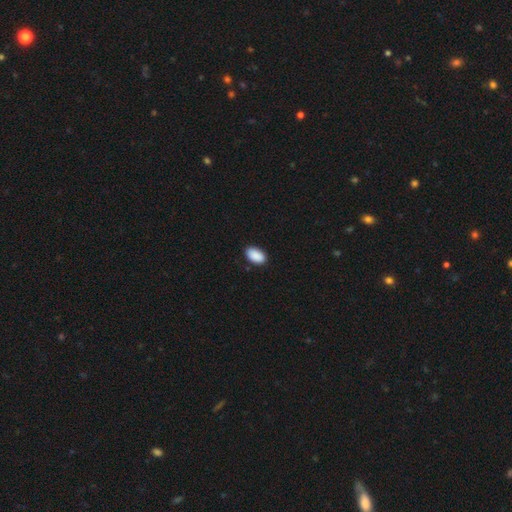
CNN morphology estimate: Smooth or featured: smooth — 91% (star or artifact — 7%)
How rounded: in between — 94% (round — 5%)
Merging: none — 86% (minor disturbance — 11%)